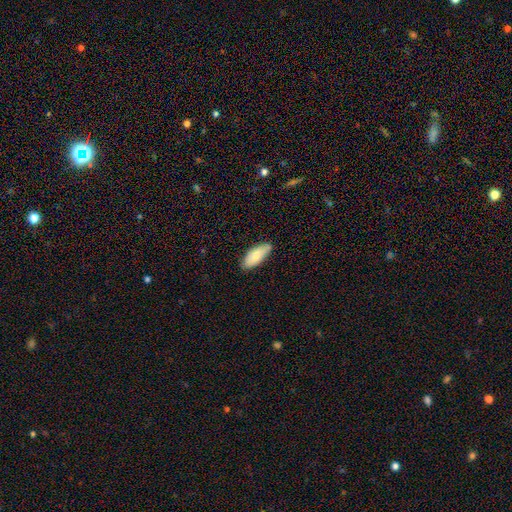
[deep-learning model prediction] The model was most divided on "merging": none: 79%, minor disturbance: 18%, major disturbance: 2%, merger: 1%. More confident: how rounded — in between (85%); smooth or featured — smooth (79%).